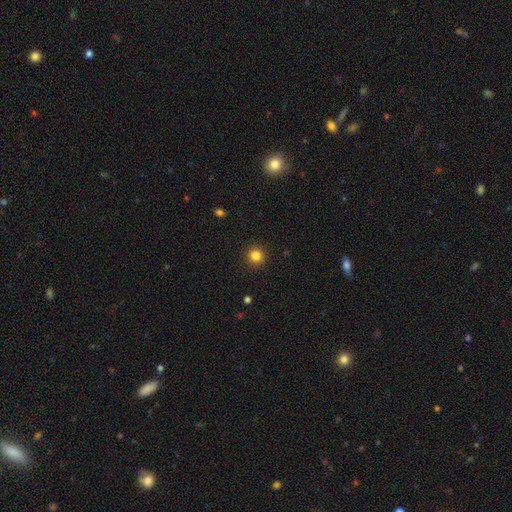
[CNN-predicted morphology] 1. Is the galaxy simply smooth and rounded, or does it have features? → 84% smooth, 12% star or artifact, 4% featured or disk.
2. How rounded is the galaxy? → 95% round, 4% in between, 1% cigar-shaped.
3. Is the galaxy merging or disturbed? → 93% none, 5% minor disturbance, 2% major disturbance, 1% merger.